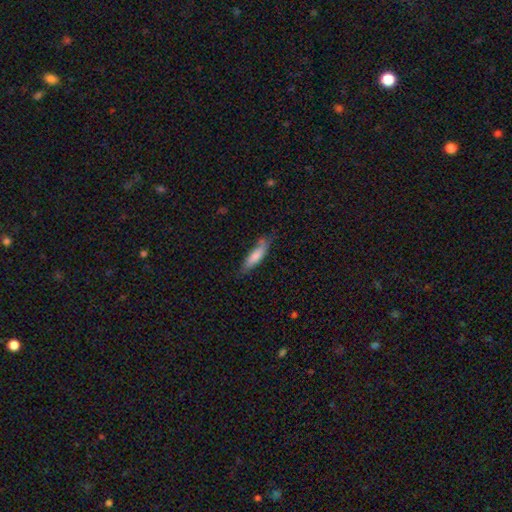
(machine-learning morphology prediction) type=smooth (77%); roundness=cigar-shaped (66%); merging=none (65%).